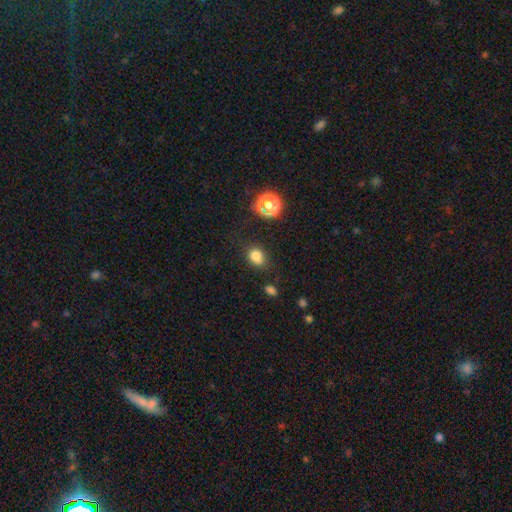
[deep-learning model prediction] A smooth galaxy with no disk features (79%) that is in between round and cigar-shaped (53%).

Vote fractions:
- Smooth or featured? smooth: 79% / star or artifact: 15% / featured or disk: 6%
- How rounded? in between: 53% / round: 45% / cigar-shaped: 1%
- Merging? none: 72% / minor disturbance: 18% / major disturbance: 6% / merger: 4%